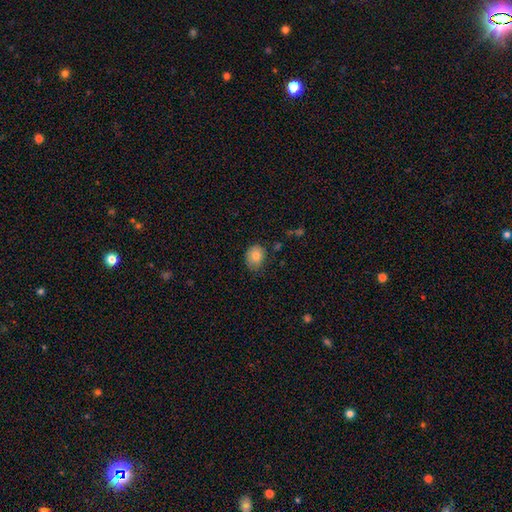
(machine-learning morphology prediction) Smooth or featured: smooth — 82% (featured or disk — 10%)
How rounded: in between — 50% (round — 49%)
Merging: none — 67% (minor disturbance — 26%)